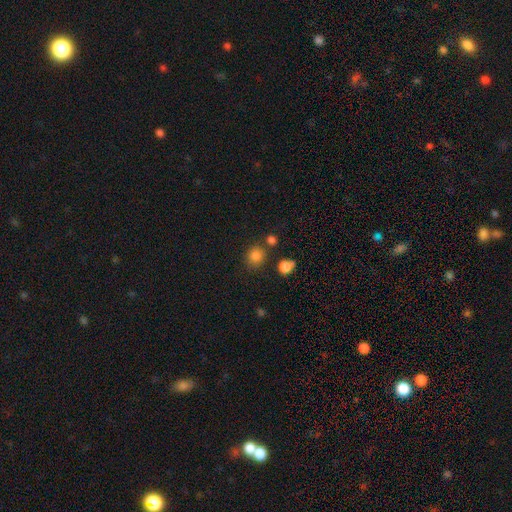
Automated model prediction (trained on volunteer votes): smooth_or_featured: smooth (p=0.82) [alt: star or artifact p=0.13]
how_rounded: round (p=0.78) [alt: in between p=0.21]
merging: none (p=0.77) [alt: minor disturbance p=0.11]